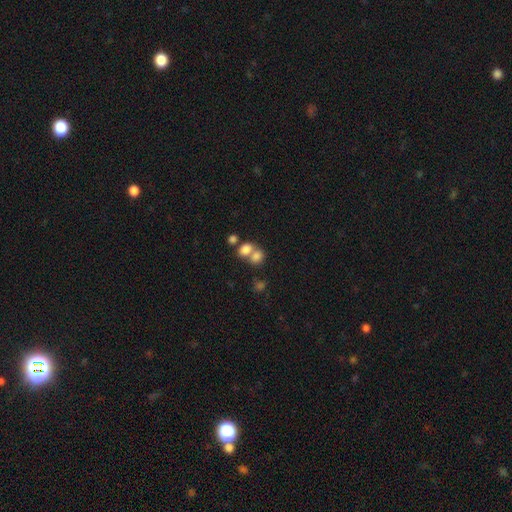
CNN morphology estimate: smooth 77%, featured or disk 12%, star or artifact 10%. Down the decision tree: how rounded — in between (58%); merging — merger (60%).